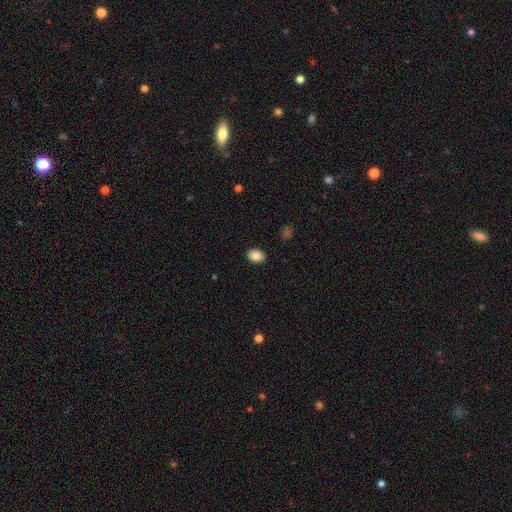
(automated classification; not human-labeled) Morphology: type=smooth (85%); roundness=in between (73%); merging=none (90%).